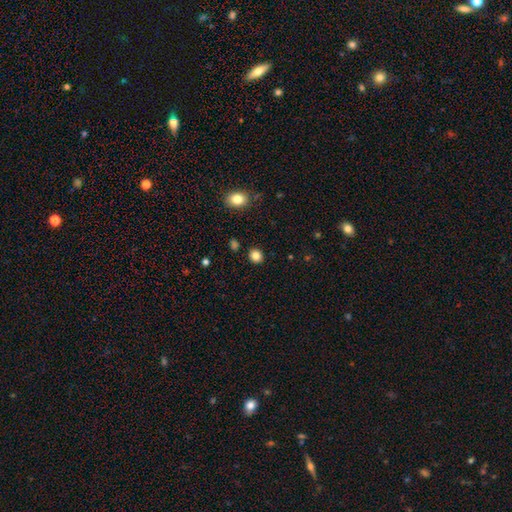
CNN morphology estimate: A smooth galaxy with no disk features (84%) that is round (74%). Merging: none (90%).